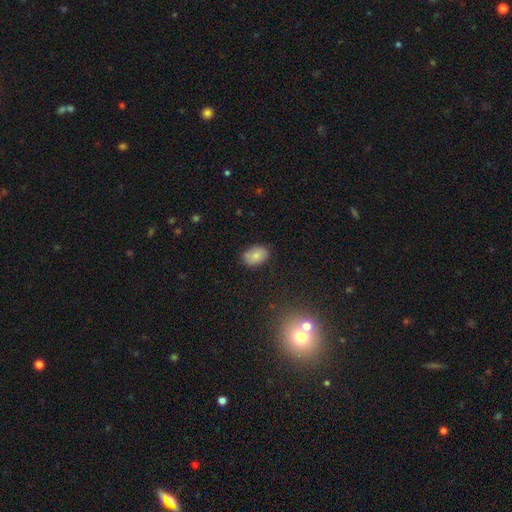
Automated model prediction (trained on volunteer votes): Smooth or featured? Predicted: smooth (p=0.80). How rounded? Predicted: in between (p=0.84). Merging? Predicted: none (p=0.78).